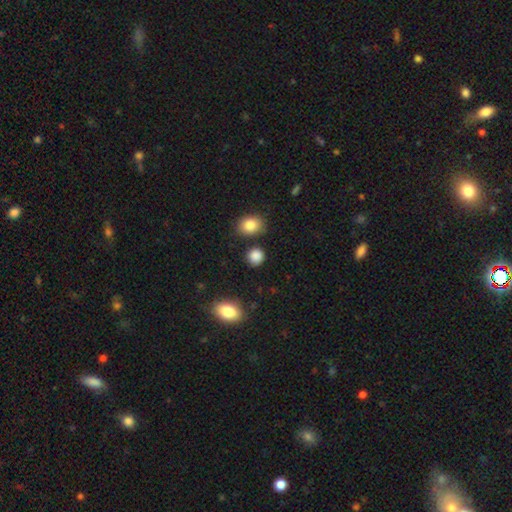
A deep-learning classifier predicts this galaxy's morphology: type=smooth (86%); roundness=round (81%); merging=none (82%).